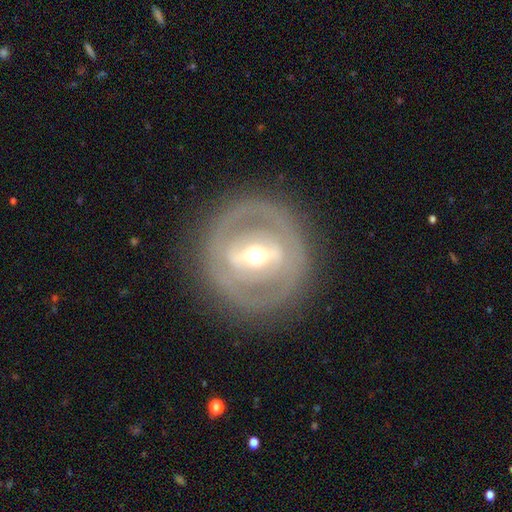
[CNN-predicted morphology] A featured or disk galaxy (77%) with a strong bar (57%), no spiral arms (64%) and a moderate central bulge (57%).

Vote fractions:
- Smooth or featured? featured or disk: 77% / smooth: 18% / star or artifact: 6%
- Edge-on disk? no: 92% / yes: 8%
- Bar? strong: 57% / weak: 29% / no: 14%
- Spiral arms? no: 64% / yes: 36%
- Bulge size? moderate: 57% / small: 37% / large: 4% / dominant: 1% / none: 1%
- Merging? none: 82% / minor disturbance: 10% / major disturbance: 6% / merger: 1%